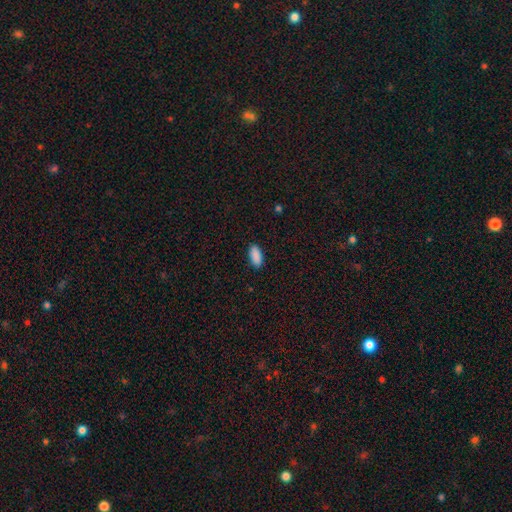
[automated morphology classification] Smooth or featured? Predicted: smooth (p=0.90). How rounded? Predicted: in between (p=0.87). Merging? Predicted: none (p=0.89).